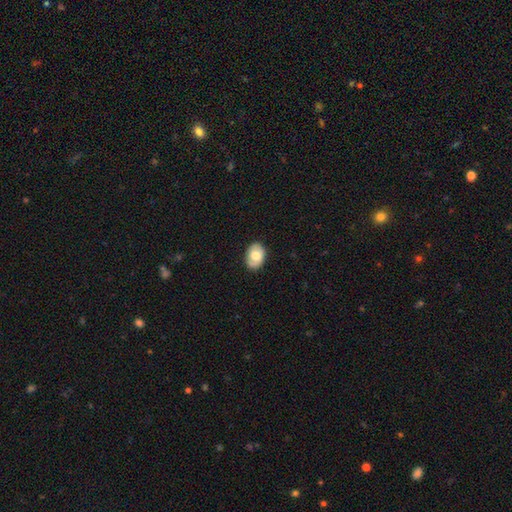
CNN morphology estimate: The model was most divided on "smooth or featured": smooth: 67%, featured or disk: 26%, star or artifact: 7%. More confident: merging — none (82%); how rounded — in between (82%).